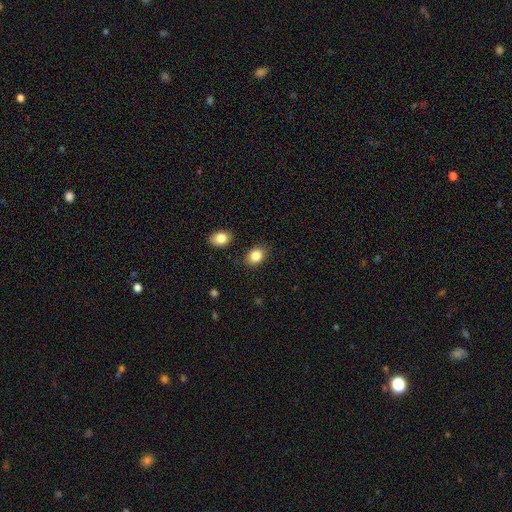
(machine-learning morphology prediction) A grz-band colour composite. It shows a smooth galaxy with no disk features (85%) that is in between round and cigar-shaped (63%). Merging: none (83%).